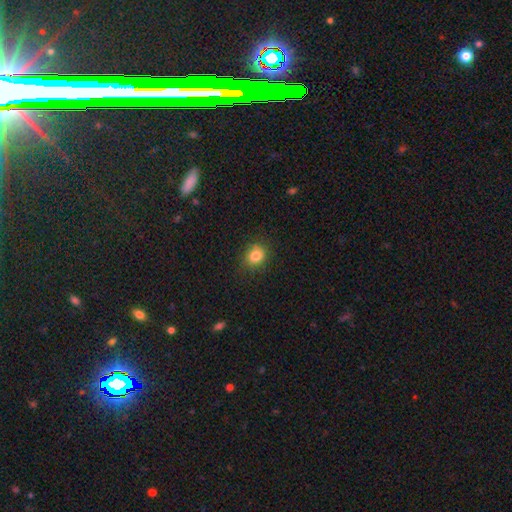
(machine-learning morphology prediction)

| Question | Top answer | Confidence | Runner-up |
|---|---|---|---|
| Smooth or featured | smooth | 83% | star or artifact (11%) |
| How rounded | round | 68% | in between (31%) |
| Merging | none | 85% | minor disturbance (11%) |